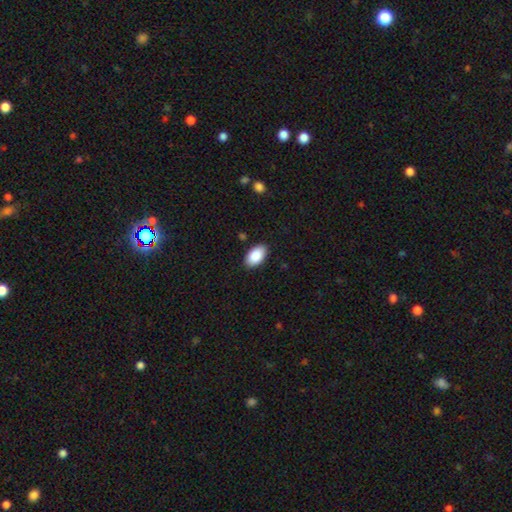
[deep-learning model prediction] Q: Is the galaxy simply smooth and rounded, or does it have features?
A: smooth — 89%.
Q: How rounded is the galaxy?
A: in between — 95%.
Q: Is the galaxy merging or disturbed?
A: none — 88%.